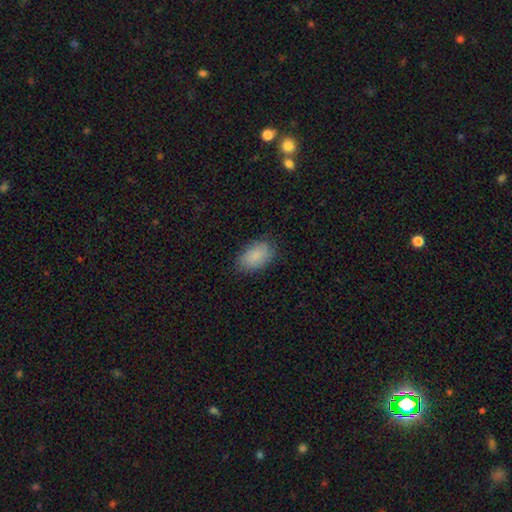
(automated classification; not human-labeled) This appears to be a smooth galaxy with no disk features (86%) that is in between round and cigar-shaped (92%). Merging: none (81%).